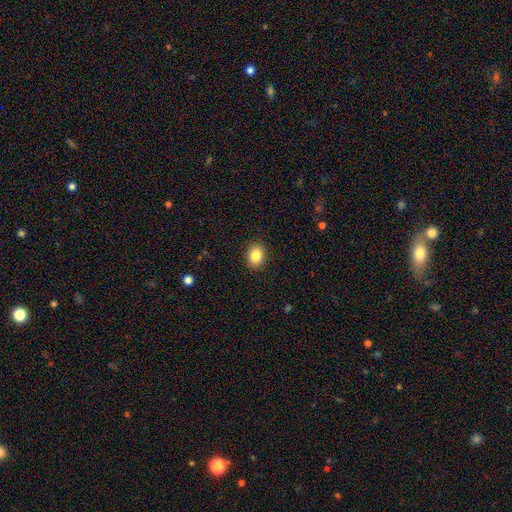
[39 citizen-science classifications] smooth 90%, star or artifact 8%, featured or disk 3%. Down the decision tree: how rounded — in between (54%); merging — none (83%).